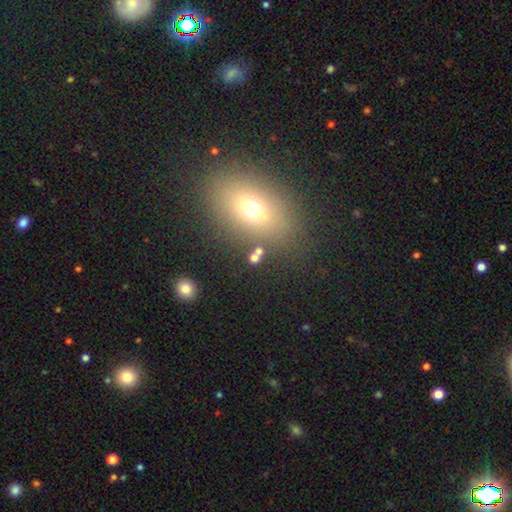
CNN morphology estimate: Smooth or featured?
  - smooth: 62% *
  - star or artifact: 25%
  - featured or disk: 13%
How rounded?
  - round: 52% *
  - in between: 45%
  - cigar-shaped: 3%
Merging?
  - none: 67% *
  - merger: 16%
  - minor disturbance: 10%
  - major disturbance: 6%